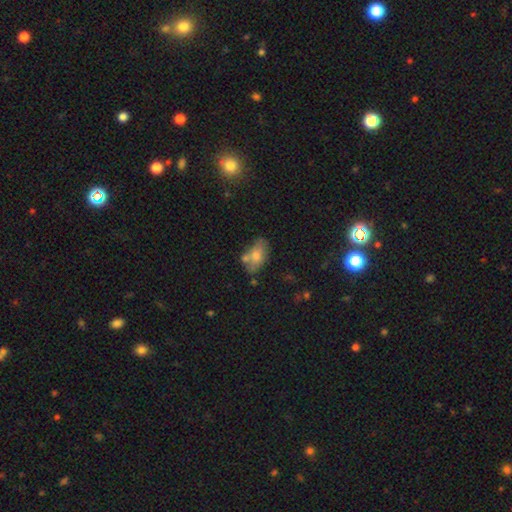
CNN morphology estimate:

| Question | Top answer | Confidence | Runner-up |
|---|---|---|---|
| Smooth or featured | smooth | 66% | featured or disk (22%) |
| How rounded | in between | 88% | round (8%) |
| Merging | none | 60% | minor disturbance (18%) |